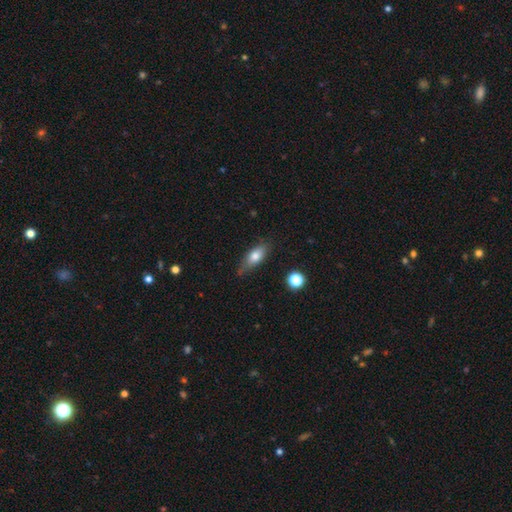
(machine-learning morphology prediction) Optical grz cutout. It shows a smooth galaxy with no disk features (74%) that is in between round and cigar-shaped (74%). Merging: none (70%).